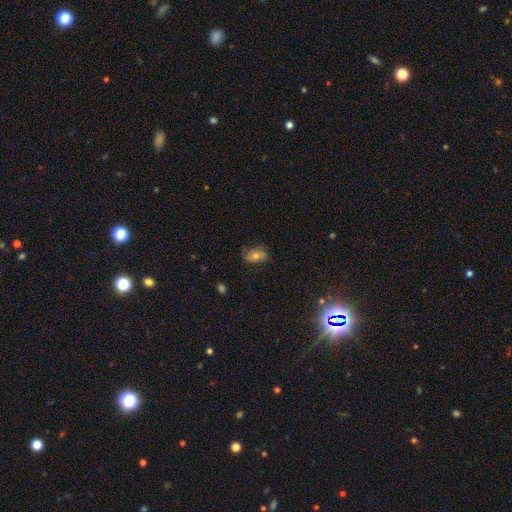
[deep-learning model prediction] This is likely a smooth galaxy (69%). How rounded: clearly in between (84%). Merging: likely none (71%).